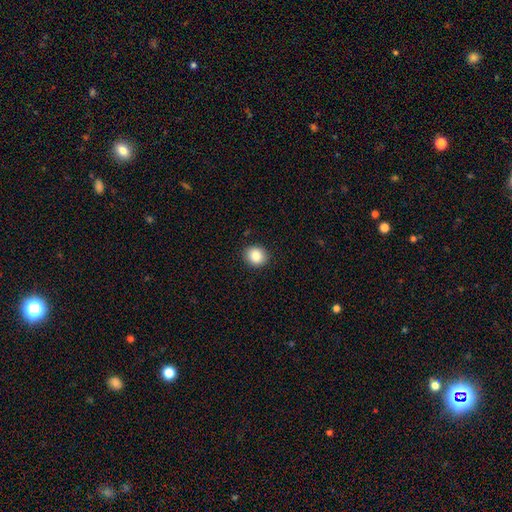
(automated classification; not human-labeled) The model was most divided on "how rounded": round: 79%, in between: 20%, cigar-shaped: 1%. More confident: merging — none (90%); smooth or featured — smooth (86%).